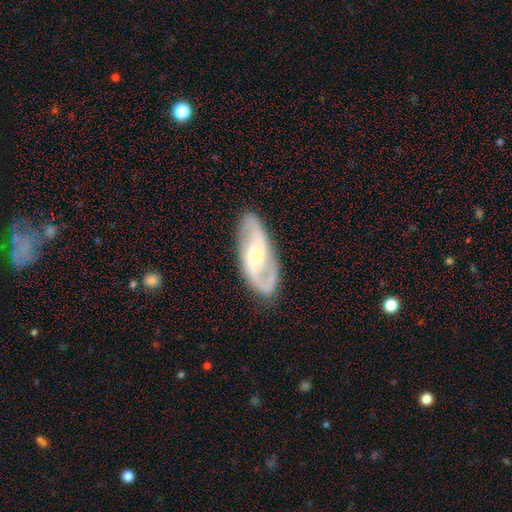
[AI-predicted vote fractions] Smooth or featured? Predicted: featured or disk (p=0.84). Edge-on disk? Predicted: no (p=0.94). Bar? Predicted: no (p=0.41). Spiral arms? Predicted: yes (p=0.94). Spiral winding? Predicted: medium (p=0.49). Spiral arm count? Predicted: 2 (p=0.88). Bulge size? Predicted: small (p=0.47, tied with moderate). Merging? Predicted: none (p=0.84).